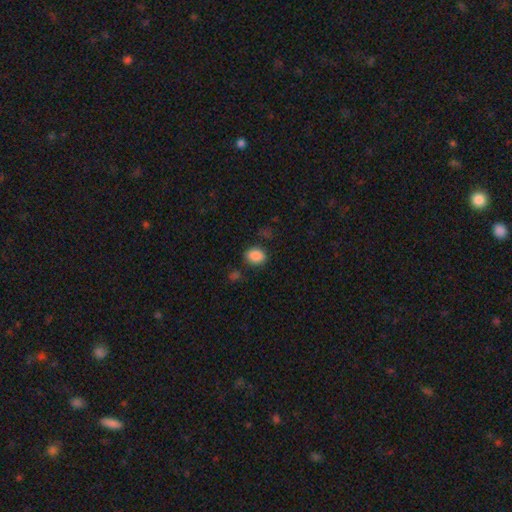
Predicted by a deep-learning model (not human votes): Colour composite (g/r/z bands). It shows a smooth galaxy with no disk features (87%) that is in between round and cigar-shaped (60%). Merging: none (78%).